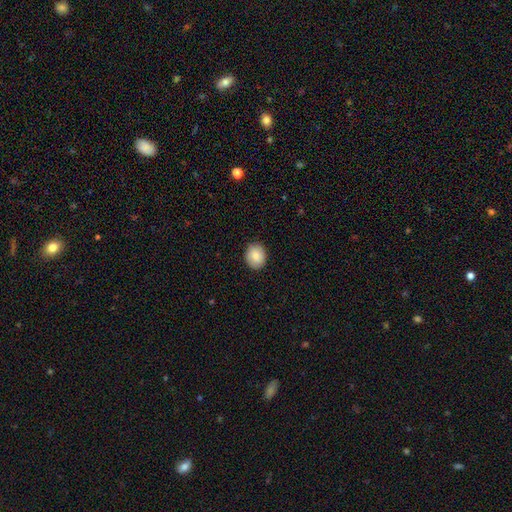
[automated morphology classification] Smooth or featured?
  - smooth: 84% *
  - featured or disk: 9%
  - star or artifact: 7%
How rounded?
  - round: 59% *
  - in between: 40%
  - cigar-shaped: 1%
Merging?
  - none: 88% *
  - minor disturbance: 9%
  - major disturbance: 2%
  - merger: 1%